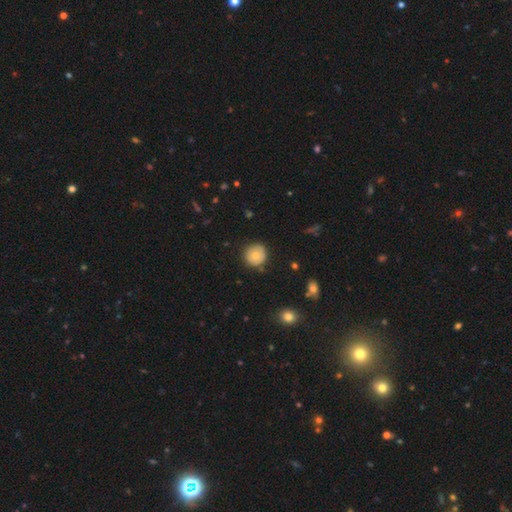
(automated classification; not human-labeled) Smooth or featured? smooth (72%)
How rounded? round (92%)
Merging? none (80%)